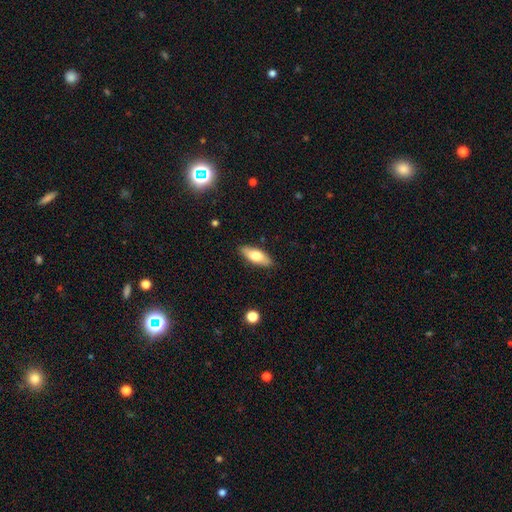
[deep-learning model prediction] smooth_or_featured: smooth (p=0.72) [alt: featured or disk p=0.22]
how_rounded: in between (p=0.73) [alt: cigar-shaped p=0.25]
merging: none (p=0.87) [alt: minor disturbance p=0.10]